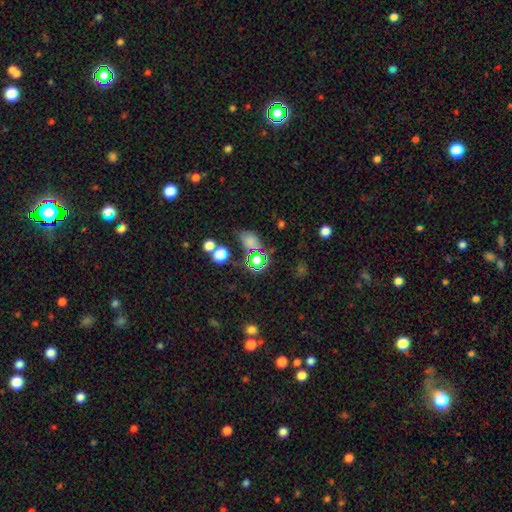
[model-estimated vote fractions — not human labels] A star or artifact, not a galaxy (63%).

Vote fractions:
- Smooth or featured? star or artifact: 63% / smooth: 27% / featured or disk: 10%